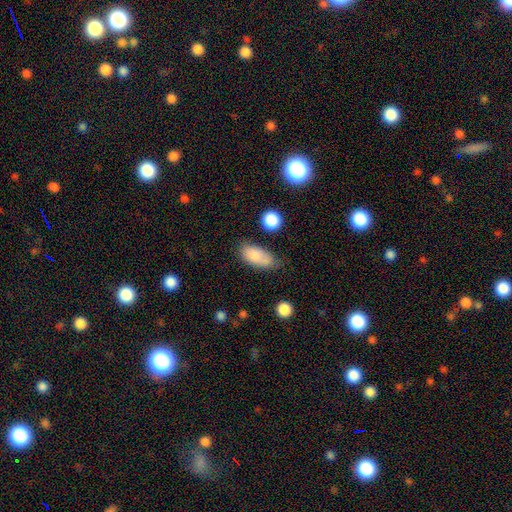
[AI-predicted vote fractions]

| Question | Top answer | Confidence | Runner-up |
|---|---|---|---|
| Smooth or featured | smooth | 81% | featured or disk (11%) |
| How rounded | in between | 88% | cigar-shaped (8%) |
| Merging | none | 54% | minor disturbance (29%) |